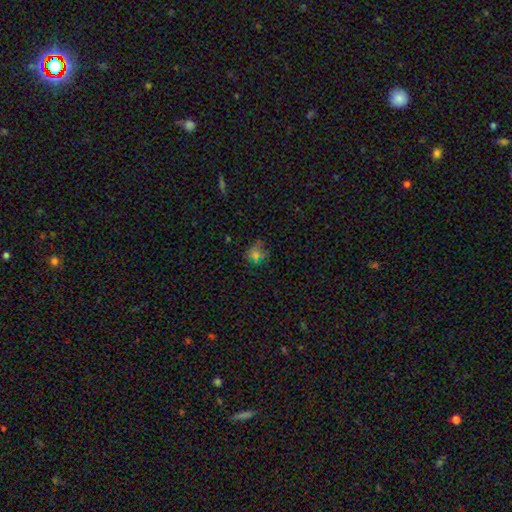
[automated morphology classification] Smooth or featured: smooth — 51% (star or artifact — 36%)
How rounded: round — 66% (in between — 31%)
Merging: none — 60% (minor disturbance — 20%)